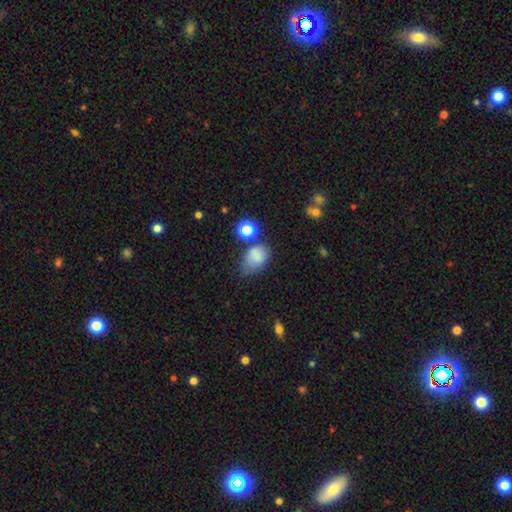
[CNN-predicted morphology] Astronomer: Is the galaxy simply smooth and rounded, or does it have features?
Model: smooth — 79%.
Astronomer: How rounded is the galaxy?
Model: in between — 76%.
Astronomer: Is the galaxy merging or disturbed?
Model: none — 42% (runner-up: minor disturbance, 34%).